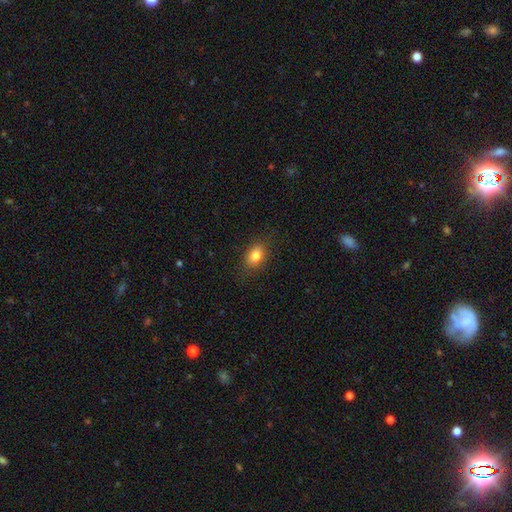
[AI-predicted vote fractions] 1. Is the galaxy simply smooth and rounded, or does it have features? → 82% smooth, 10% star or artifact, 8% featured or disk.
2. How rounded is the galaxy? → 76% in between, 22% round, 2% cigar-shaped.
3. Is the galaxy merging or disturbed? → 82% none, 13% minor disturbance, 4% major disturbance, 1% merger.